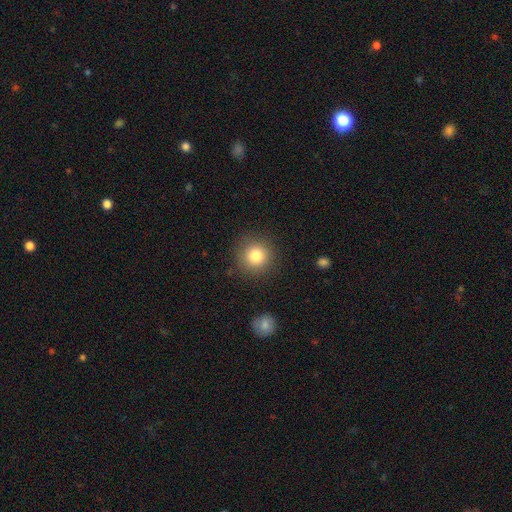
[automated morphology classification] Smooth or featured?
  - smooth: 81% *
  - star or artifact: 11%
  - featured or disk: 8%
How rounded?
  - round: 94% *
  - in between: 5%
  - cigar-shaped: 1%
Merging?
  - none: 88% *
  - minor disturbance: 8%
  - major disturbance: 3%
  - merger: 2%